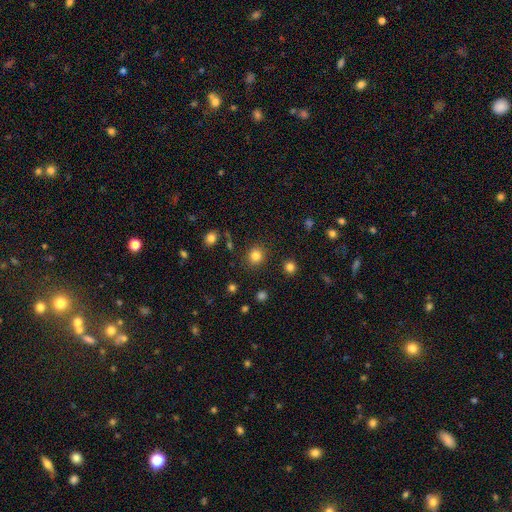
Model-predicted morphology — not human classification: Smooth or featured? Predicted: smooth (p=0.83). How rounded? Predicted: round (p=0.87). Merging? Predicted: none (p=0.88).